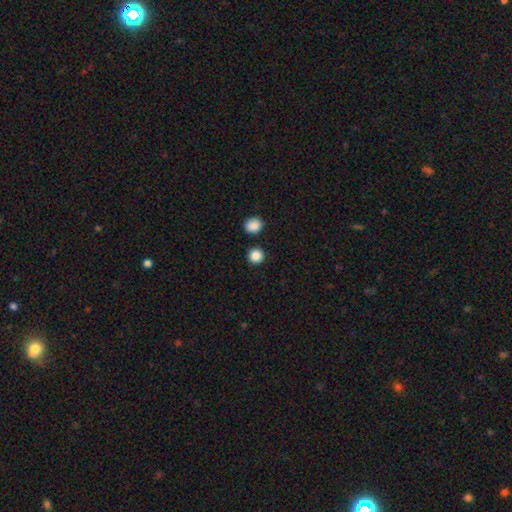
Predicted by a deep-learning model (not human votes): Morphology: type=smooth (87%); roundness=round (92%); merging=none (88%).